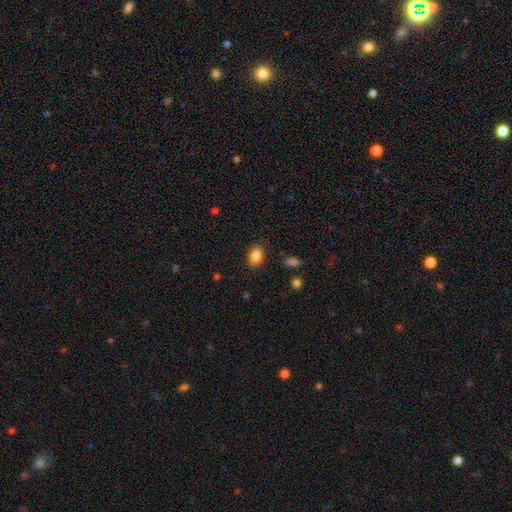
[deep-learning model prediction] Smooth or featured? smooth (85%)
How rounded? in between (84%)
Merging? none (86%)